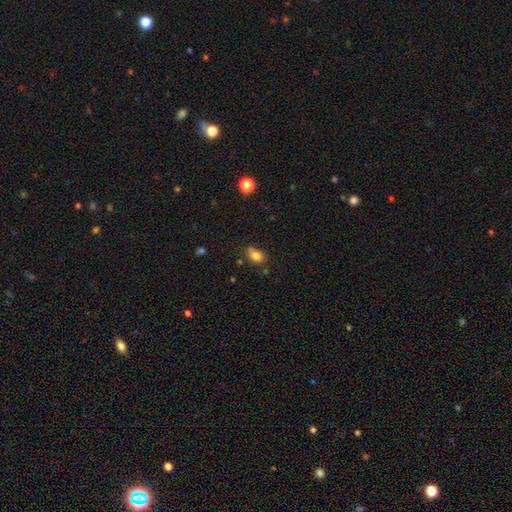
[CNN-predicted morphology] Smooth or featured?
  - smooth: 80% *
  - star or artifact: 11%
  - featured or disk: 8%
How rounded?
  - in between: 64% *
  - round: 34%
  - cigar-shaped: 1%
Merging?
  - none: 63% *
  - minor disturbance: 23%
  - merger: 9%
  - major disturbance: 5%